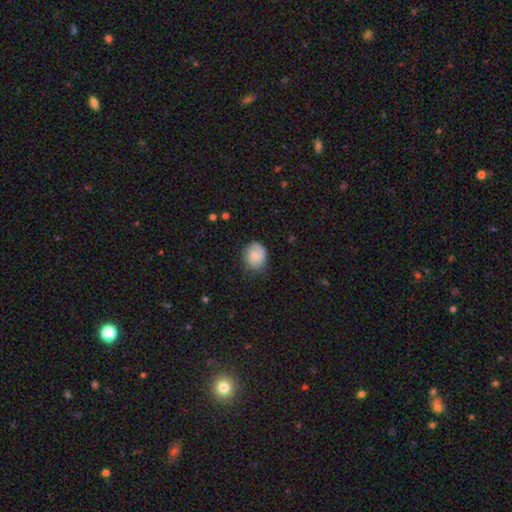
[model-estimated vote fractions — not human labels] smooth_or_featured: smooth (p=0.77) [alt: featured or disk p=0.16]
how_rounded: round (p=0.62) [alt: in between p=0.38]
merging: none (p=0.63) [alt: minor disturbance p=0.29]